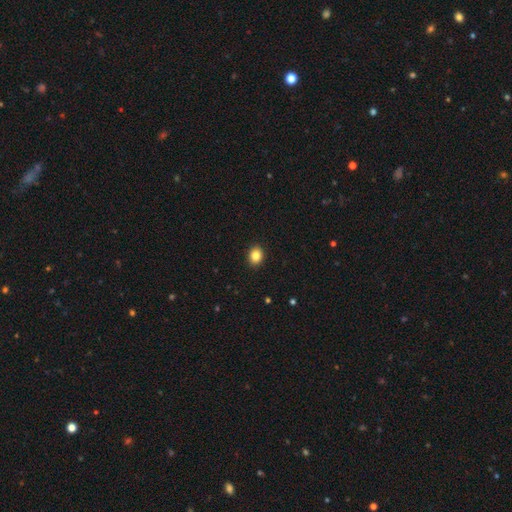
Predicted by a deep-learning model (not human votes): A smooth galaxy with no disk features (85%) that is round (58%).

Vote fractions:
- Smooth or featured? smooth: 85% / star or artifact: 10% / featured or disk: 5%
- How rounded? round: 58% / in between: 41% / cigar-shaped: 1%
- Merging? none: 92% / minor disturbance: 6% / major disturbance: 2% / merger: 1%